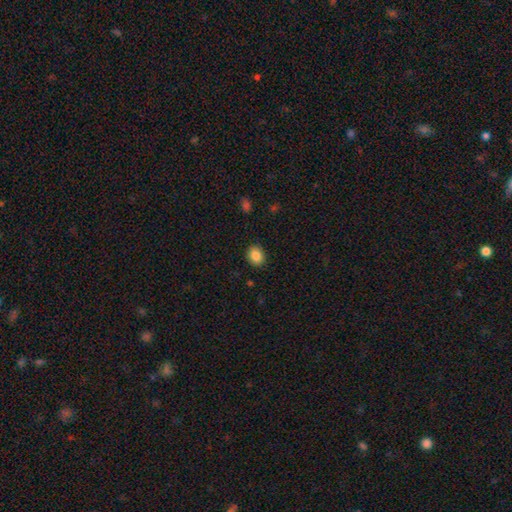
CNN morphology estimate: smooth 86%, star or artifact 9%, featured or disk 5%. Down the decision tree: how rounded — round (59%); merging — none (88%).